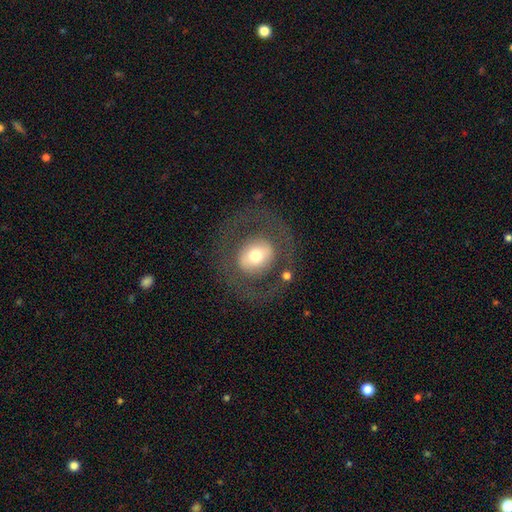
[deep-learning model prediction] Overall: smooth (48%; featured or disk 44%). Merging: none (76%).